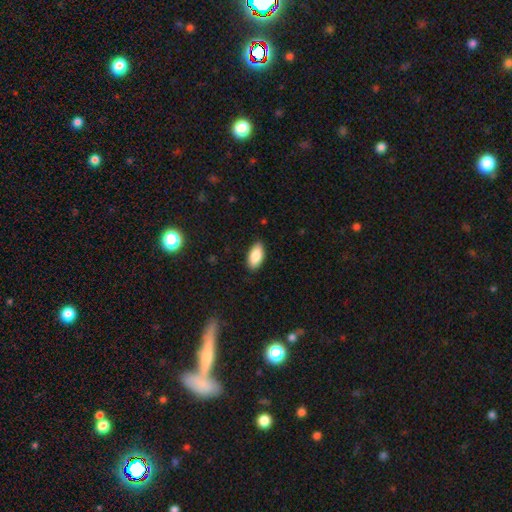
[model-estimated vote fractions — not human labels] A smooth galaxy with no disk features (87%) that is in between round and cigar-shaped (93%).

Vote fractions:
- Smooth or featured? smooth: 87% / featured or disk: 6% / star or artifact: 6%
- How rounded? in between: 93% / cigar-shaped: 5% / round: 2%
- Merging? none: 87% / minor disturbance: 10% / major disturbance: 2% / merger: 1%